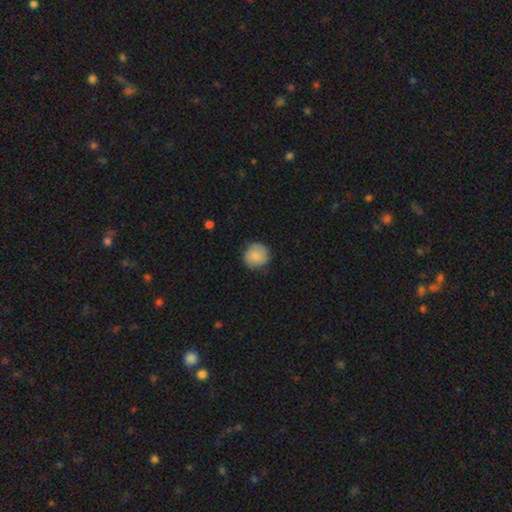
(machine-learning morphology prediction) smooth_or_featured: smooth (p=0.82) [alt: featured or disk p=0.11]
how_rounded: round (p=0.91) [alt: in between p=0.08]
merging: none (p=0.78) [alt: minor disturbance p=0.17]